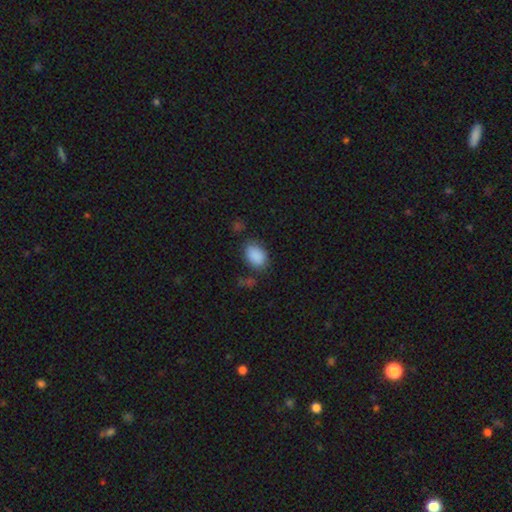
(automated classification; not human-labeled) Smooth or featured: smooth — 88% (star or artifact — 8%)
How rounded: in between — 85% (round — 14%)
Merging: none — 72% (minor disturbance — 18%)